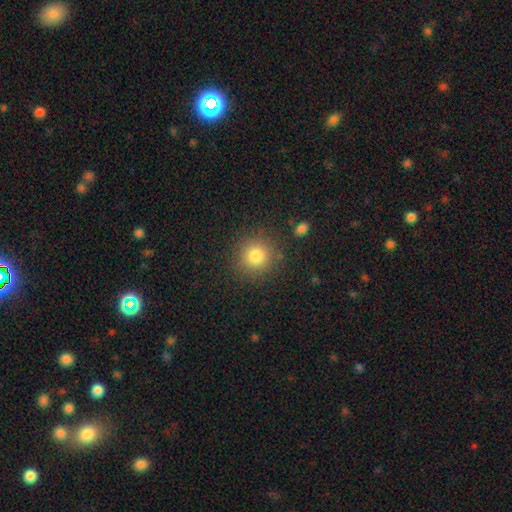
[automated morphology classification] Smooth or featured? Predicted: smooth (p=0.81). How rounded? Predicted: round (p=0.93). Merging? Predicted: none (p=0.87).